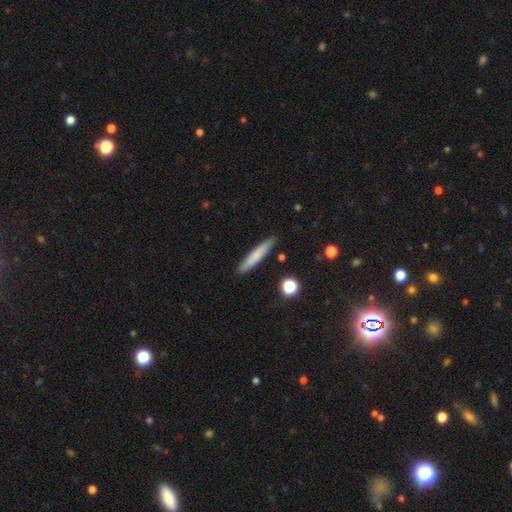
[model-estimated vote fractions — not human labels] Smooth or featured? Predicted: smooth (p=0.73). How rounded? Predicted: cigar-shaped (p=0.92). Merging? Predicted: none (p=0.87).